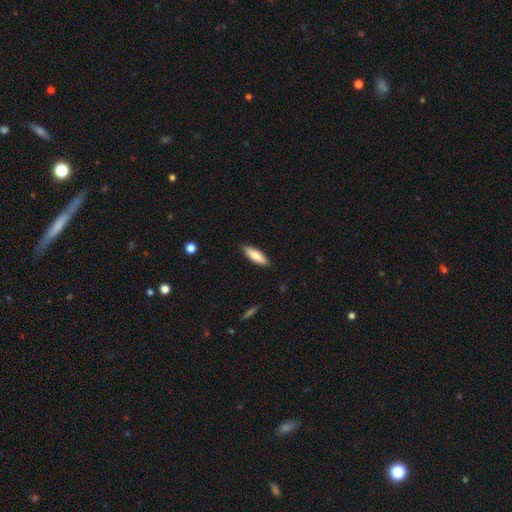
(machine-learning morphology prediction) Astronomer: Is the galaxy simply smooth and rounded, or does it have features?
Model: smooth — 79%.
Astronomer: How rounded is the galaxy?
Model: in between — 51% (runner-up: cigar-shaped, 48%).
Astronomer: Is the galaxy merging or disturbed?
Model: none — 88%.